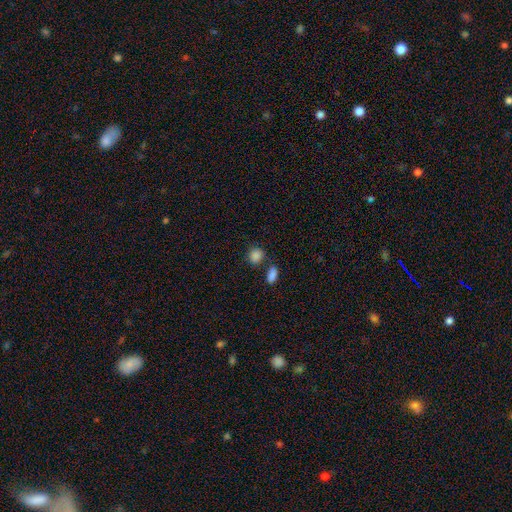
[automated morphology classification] This appears to be a smooth galaxy with no disk features (86%) that is round (66%). Merging: none (65%).